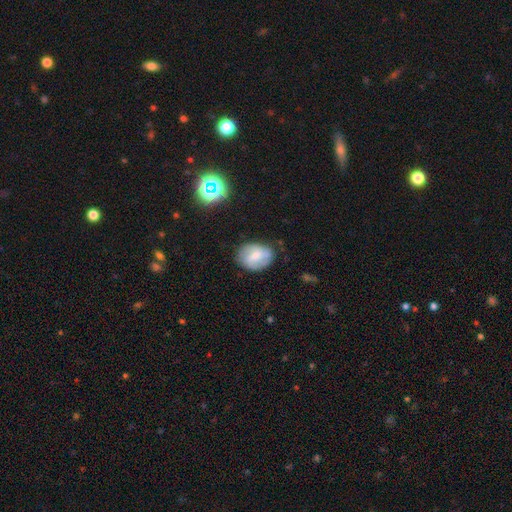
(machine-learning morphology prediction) A featured or disk galaxy (46%).

Vote fractions:
- Smooth or featured? featured or disk: 46% / smooth: 45% / star or artifact: 9%
- Merging? none: 71% / minor disturbance: 21% / major disturbance: 6% / merger: 2%